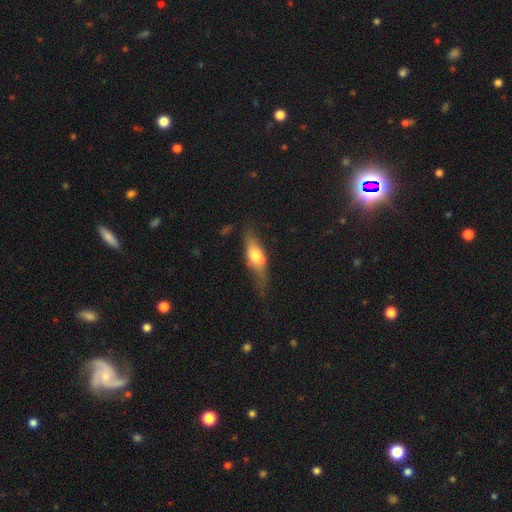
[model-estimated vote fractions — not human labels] Smooth or featured?
  - smooth: 53% *
  - featured or disk: 40%
  - star or artifact: 7%
How rounded?
  - in between: 63% *
  - cigar-shaped: 33%
  - round: 4%
Merging?
  - none: 45% *
  - minor disturbance: 31%
  - major disturbance: 19%
  - merger: 5%